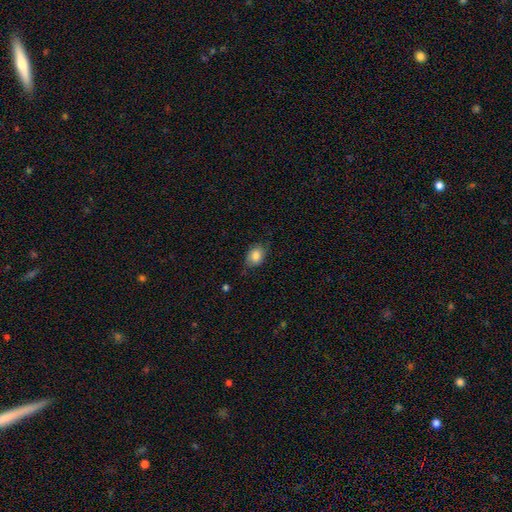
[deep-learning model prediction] This is clearly a smooth galaxy (80%). How rounded: likely in between (74%). Merging: likely none (69%).